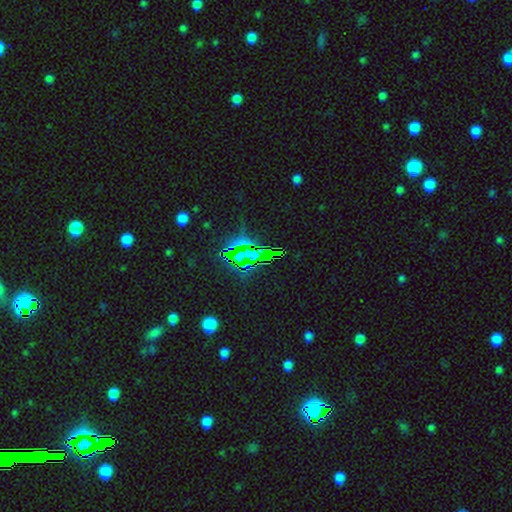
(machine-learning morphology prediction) type=star or artifact (76%).